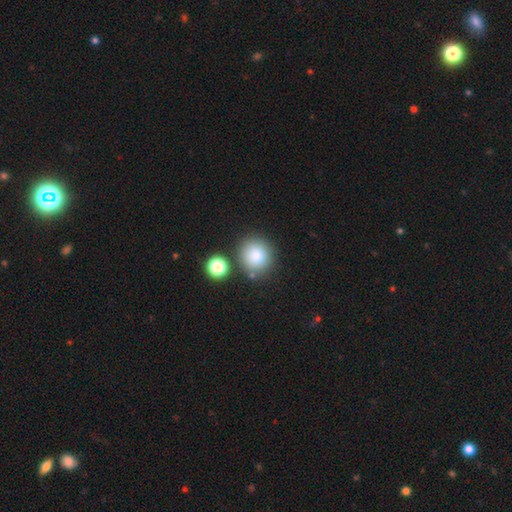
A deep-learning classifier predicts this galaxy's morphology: Smooth or featured: smooth — 82% (star or artifact — 10%)
How rounded: round — 92% (in between — 7%)
Merging: none — 78% (merger — 10%)